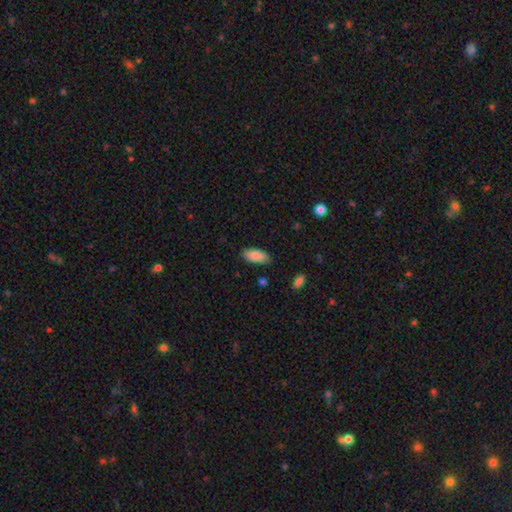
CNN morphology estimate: Smooth or featured?
  - smooth: 87% *
  - star or artifact: 7%
  - featured or disk: 6%
How rounded?
  - in between: 88% *
  - cigar-shaped: 10%
  - round: 2%
Merging?
  - none: 84% *
  - minor disturbance: 12%
  - major disturbance: 2%
  - merger: 2%